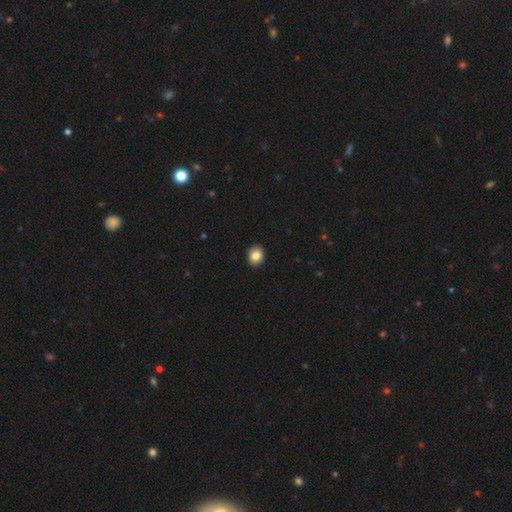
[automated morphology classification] type=smooth (84%); roundness=round (63%); merging=none (92%).